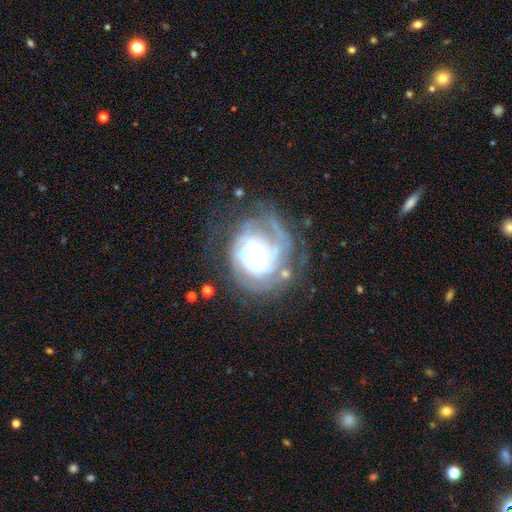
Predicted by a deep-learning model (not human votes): This appears to be a featured or disk galaxy (86%) with no bar (74%), tight (70%) spiral arms (94%) and a small central bulge (60%). Merging: none (56%).